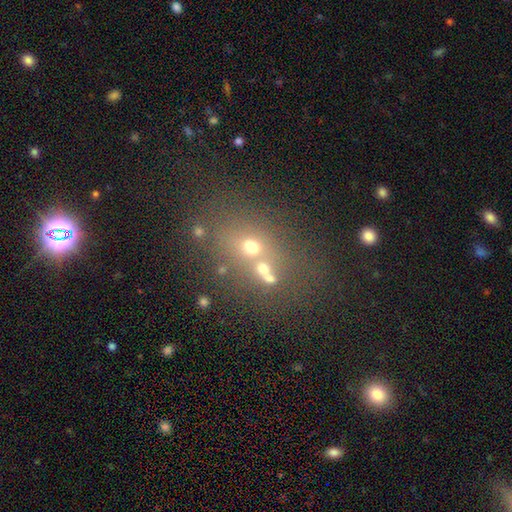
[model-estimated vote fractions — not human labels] Smooth or featured? Predicted: smooth (p=0.46). Merging? Predicted: none (p=0.48).